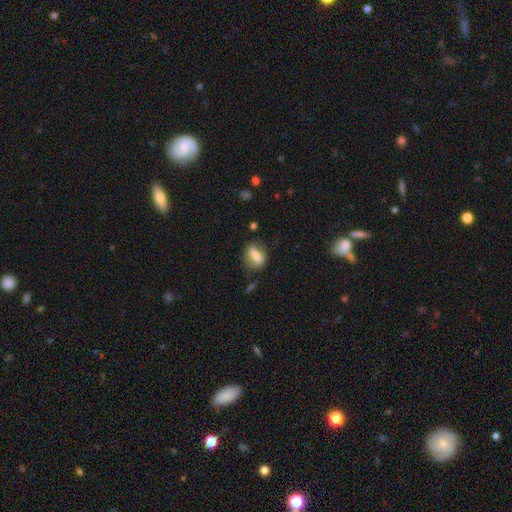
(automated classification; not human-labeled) Overall: smooth (66%). How rounded: in between (66%). Merging: none (73%).